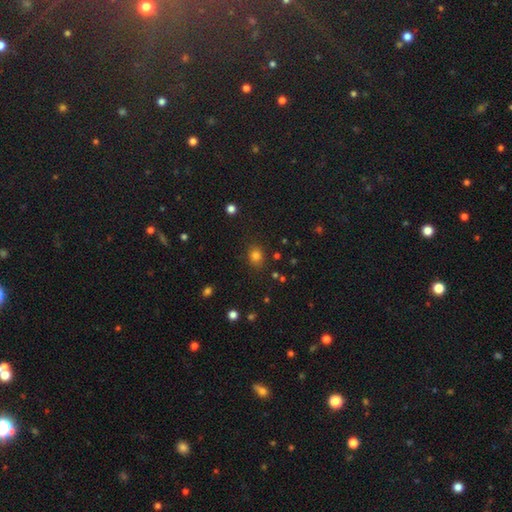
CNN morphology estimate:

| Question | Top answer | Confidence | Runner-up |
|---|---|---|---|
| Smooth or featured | smooth | 79% | star or artifact (15%) |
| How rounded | round | 66% | in between (33%) |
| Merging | none | 83% | minor disturbance (11%) |